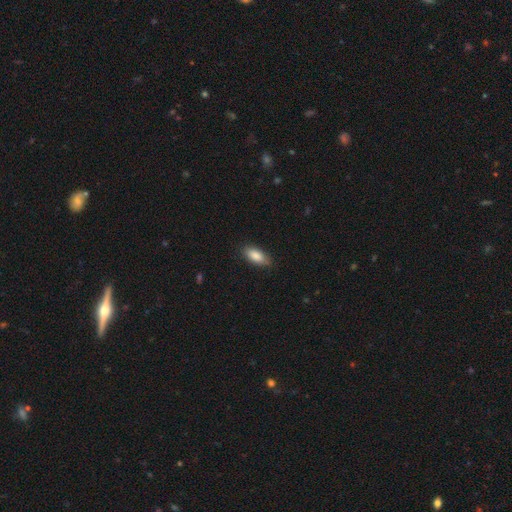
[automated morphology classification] A smooth galaxy with no disk features (86%) that is in between round and cigar-shaped (85%). Merging: none (84%).